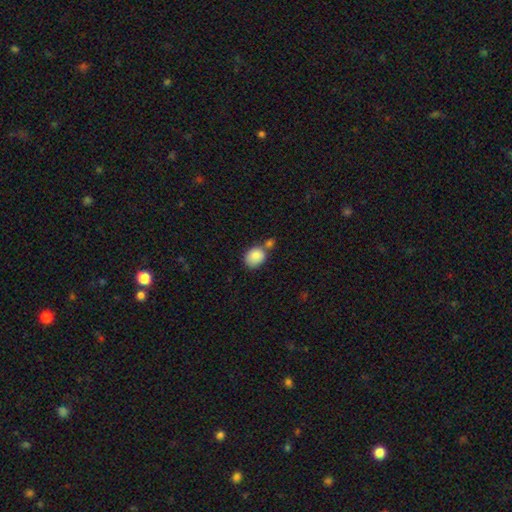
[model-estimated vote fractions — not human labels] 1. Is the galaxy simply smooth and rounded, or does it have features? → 86% smooth, 8% star or artifact, 7% featured or disk.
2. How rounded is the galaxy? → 54% in between, 45% round, 1% cigar-shaped.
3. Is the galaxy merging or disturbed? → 50% none, 30% merger, 16% minor disturbance, 5% major disturbance.